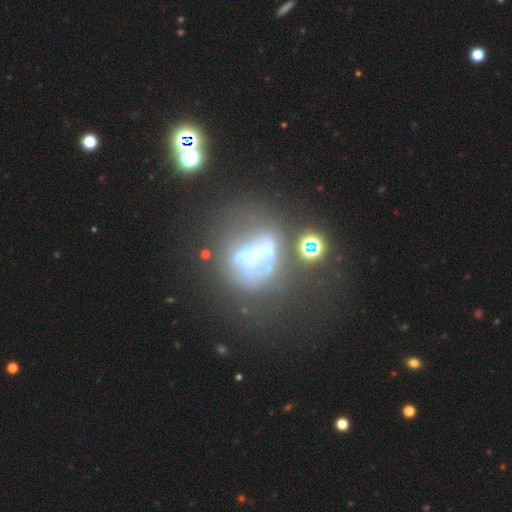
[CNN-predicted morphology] The model was most divided on "merging": major disturbance: 35%, none: 31%, merger: 19%, minor disturbance: 16%. More confident: edge-on disk — no (96%); spiral arms — no (87%); bar — no (83%); smooth or featured — featured or disk (58%); bulge size — none (54%).